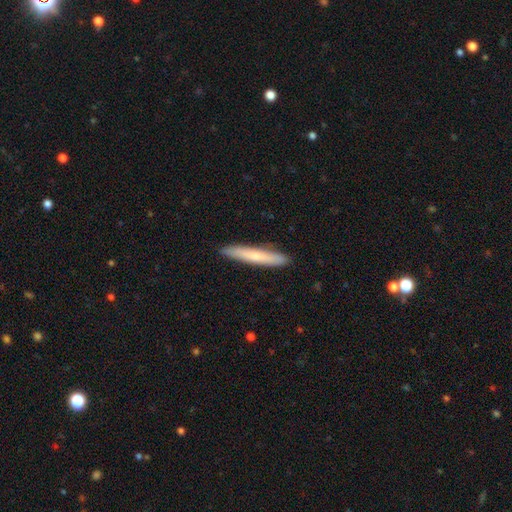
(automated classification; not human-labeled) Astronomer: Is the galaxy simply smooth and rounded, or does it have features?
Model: smooth — 67%.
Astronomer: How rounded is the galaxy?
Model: cigar-shaped — 94%.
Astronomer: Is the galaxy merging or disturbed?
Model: none — 90%.